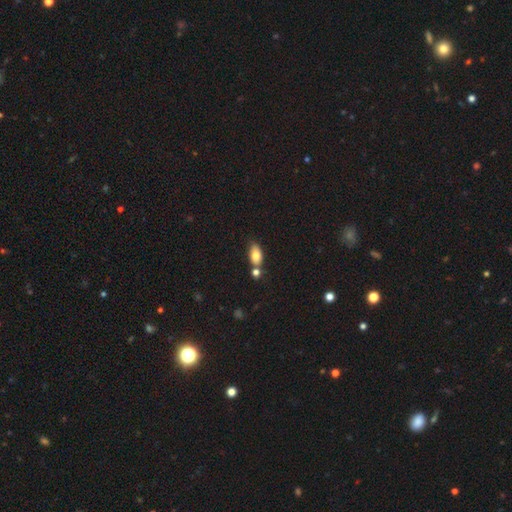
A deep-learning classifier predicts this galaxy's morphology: Smooth or featured: smooth — 79% (featured or disk — 13%)
How rounded: in between — 88% (round — 7%)
Merging: none — 59% (merger — 22%)